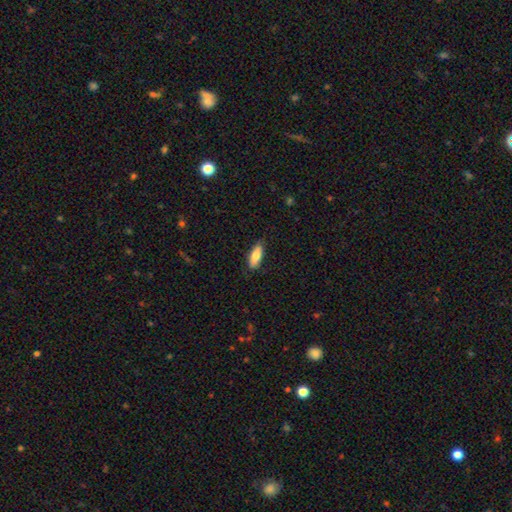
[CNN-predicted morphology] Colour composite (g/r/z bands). It shows a smooth galaxy with no disk features (79%) that is in between round and cigar-shaped (72%). Merging: none (82%).